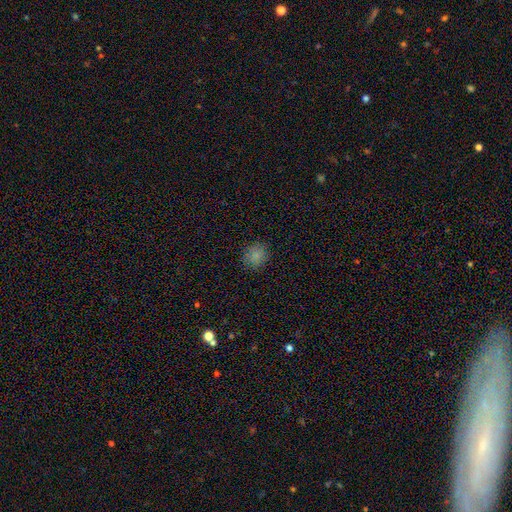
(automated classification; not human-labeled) smooth-or-featured: smooth: 82% | star or artifact: 13% | featured or disk: 5%
  how-rounded: round: 67% | in between: 32% | cigar-shaped: 1%
  merging: none: 85% | minor disturbance: 11% | major disturbance: 3% | merger: 1%